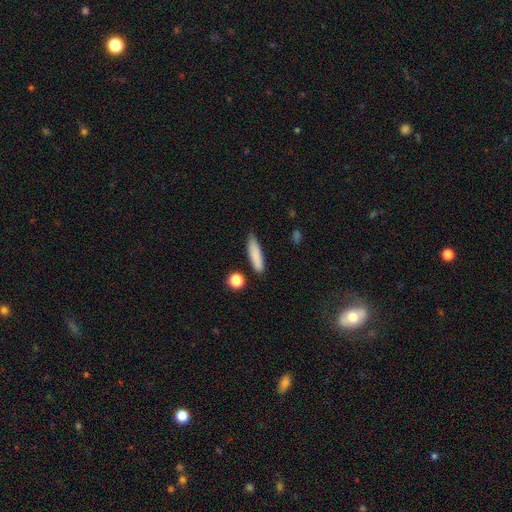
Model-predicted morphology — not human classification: This appears to be a smooth galaxy with no disk features (84%) that is cigar-shaped (74%). Merging: none (78%).